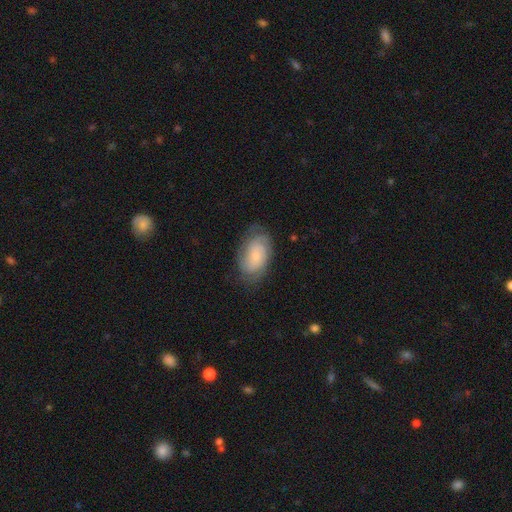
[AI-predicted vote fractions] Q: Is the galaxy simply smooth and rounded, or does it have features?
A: featured or disk — 53%.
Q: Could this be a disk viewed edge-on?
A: no — 95%.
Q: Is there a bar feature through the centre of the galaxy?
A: no — 73%.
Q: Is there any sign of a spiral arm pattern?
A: yes — 85%.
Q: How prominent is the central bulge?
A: small — 62%.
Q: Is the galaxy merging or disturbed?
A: none — 71%.